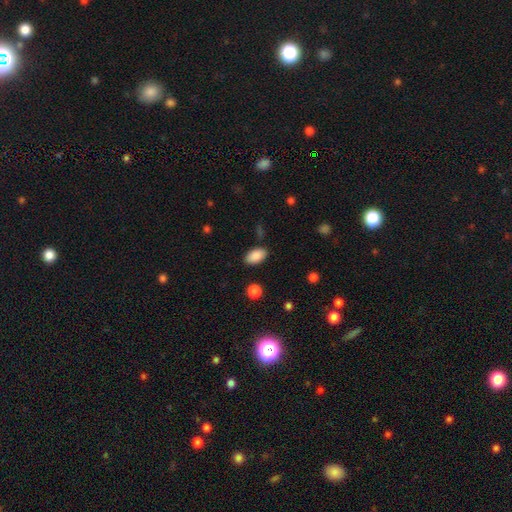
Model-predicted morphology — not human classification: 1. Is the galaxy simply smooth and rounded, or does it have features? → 88% smooth, 7% star or artifact, 5% featured or disk.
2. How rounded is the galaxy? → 93% in between, 5% round, 2% cigar-shaped.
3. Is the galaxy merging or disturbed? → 86% none, 10% minor disturbance, 3% major disturbance, 2% merger.